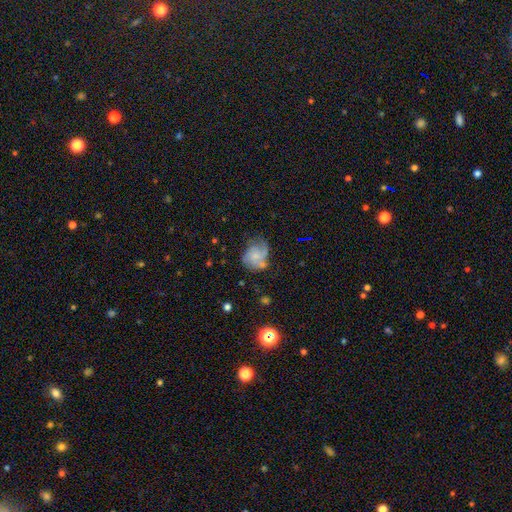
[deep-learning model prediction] This is possibly a featured or disk galaxy (57%). It is clearly not viewed edge-on (98%). Bar: likely no (74%). Spiral arm pattern: clearly yes (82%). Central bulge: possibly small (59%). Merging: possibly none (49%).